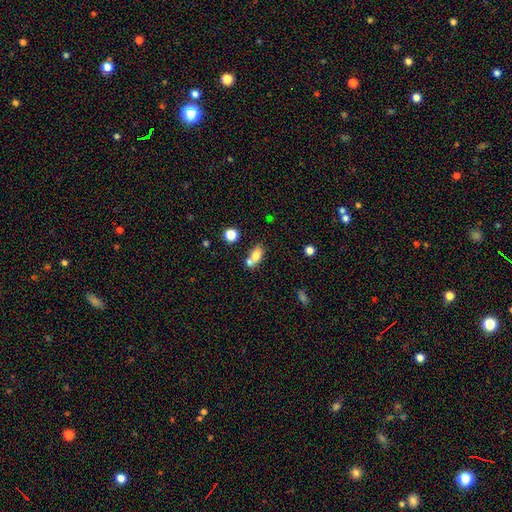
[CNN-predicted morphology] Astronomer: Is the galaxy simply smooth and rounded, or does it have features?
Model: smooth — 73%.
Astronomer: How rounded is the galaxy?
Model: in between — 76%.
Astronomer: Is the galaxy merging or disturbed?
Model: merger — 48% (runner-up: none, 38%).